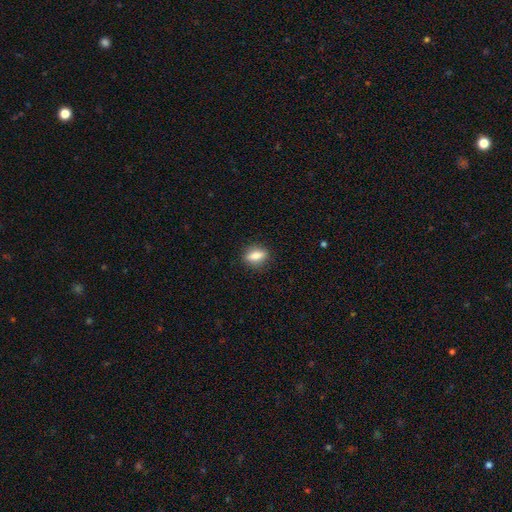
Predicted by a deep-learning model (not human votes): Smooth or featured? smooth (75%)
How rounded? in between (64%)
Merging? none (85%)